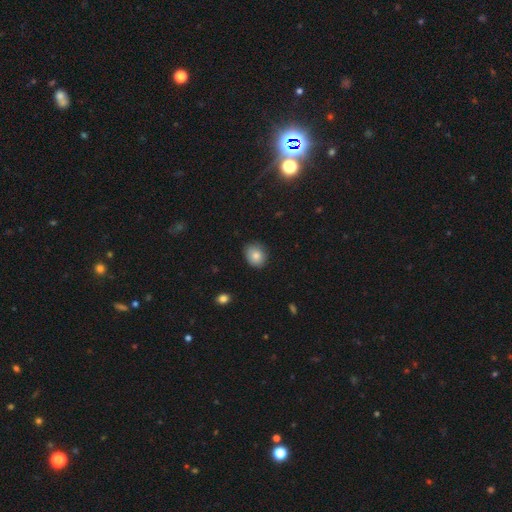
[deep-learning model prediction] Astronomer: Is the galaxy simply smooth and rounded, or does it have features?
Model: smooth — 83%.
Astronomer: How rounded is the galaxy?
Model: round — 60% (runner-up: in between, 39%).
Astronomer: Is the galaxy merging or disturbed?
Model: none — 81%.